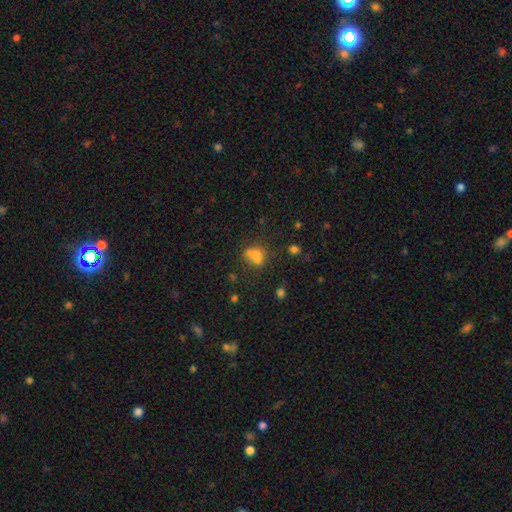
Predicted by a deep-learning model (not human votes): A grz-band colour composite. It shows a smooth galaxy with no disk features (70%) that is round (49%, tied with in between). Merging: merger (40%).